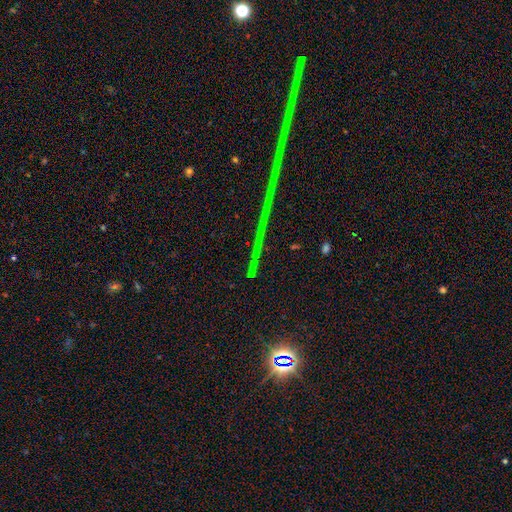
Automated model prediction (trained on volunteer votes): star or artifact 79%, featured or disk 12%, smooth 8%.